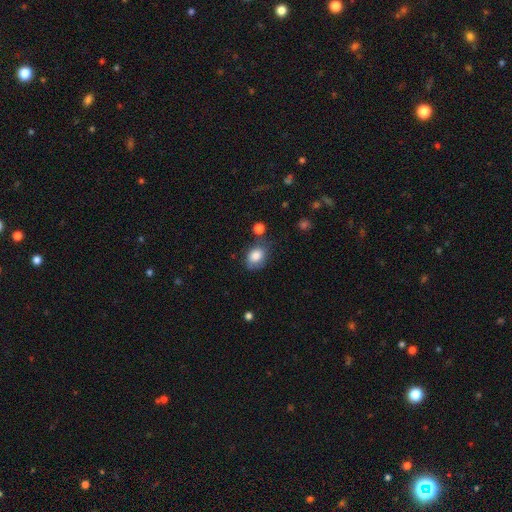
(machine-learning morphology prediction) smooth_or_featured: smooth (p=0.82) [alt: featured or disk p=0.09]
how_rounded: in between (p=0.66) [alt: round p=0.33]
merging: none (p=0.59) [alt: minor disturbance p=0.26]